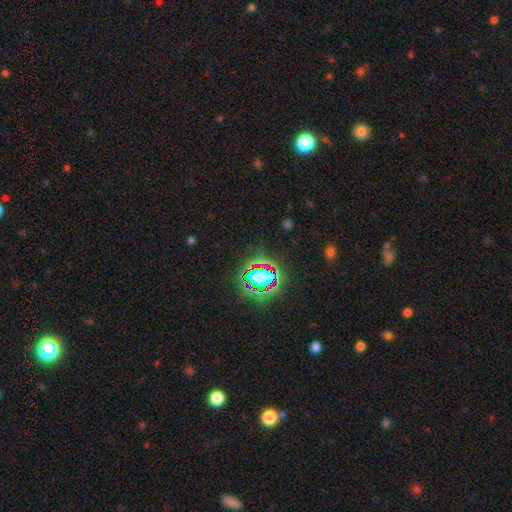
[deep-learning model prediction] Smooth or featured?
  - star or artifact: 80% *
  - smooth: 13%
  - featured or disk: 8%